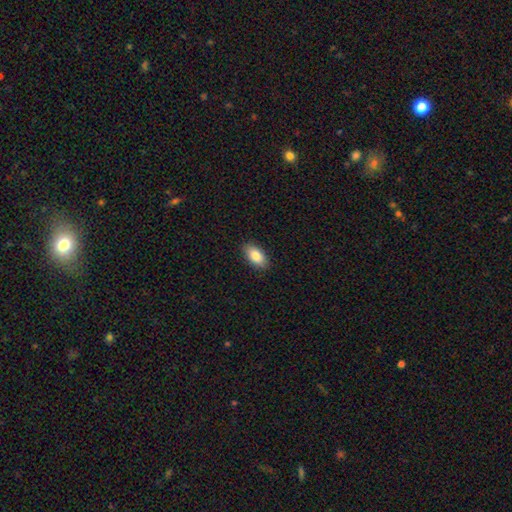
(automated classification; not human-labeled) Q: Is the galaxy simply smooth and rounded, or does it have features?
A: smooth — 84%.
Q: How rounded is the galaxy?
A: in between — 93%.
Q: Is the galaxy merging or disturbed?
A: none — 89%.